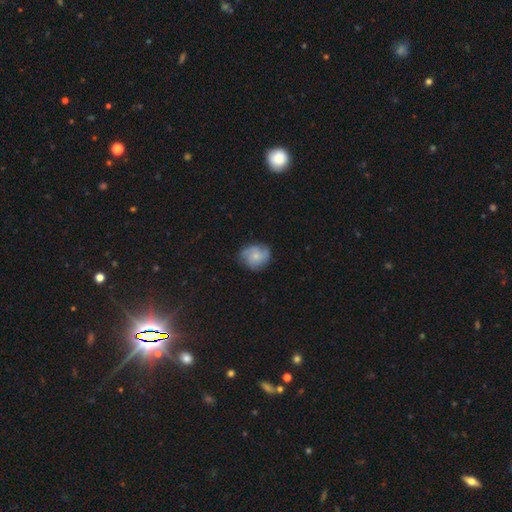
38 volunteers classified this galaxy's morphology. This appears to be a smooth galaxy with no disk features (50%) that is round (89%). Merging: none (63%).